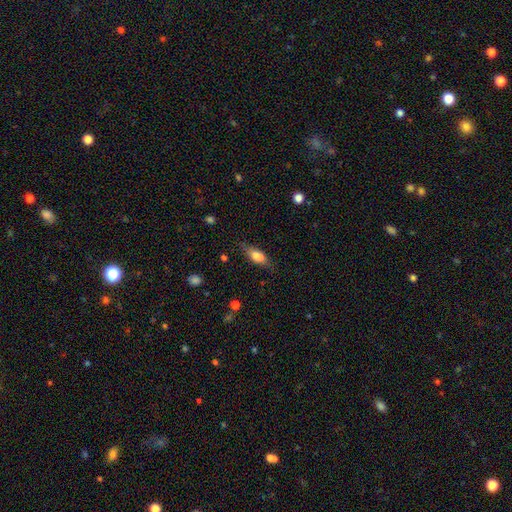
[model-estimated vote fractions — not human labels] Smooth or featured: smooth — 68% (featured or disk — 24%)
How rounded: in between — 66% (cigar-shaped — 30%)
Merging: none — 56% (merger — 19%)